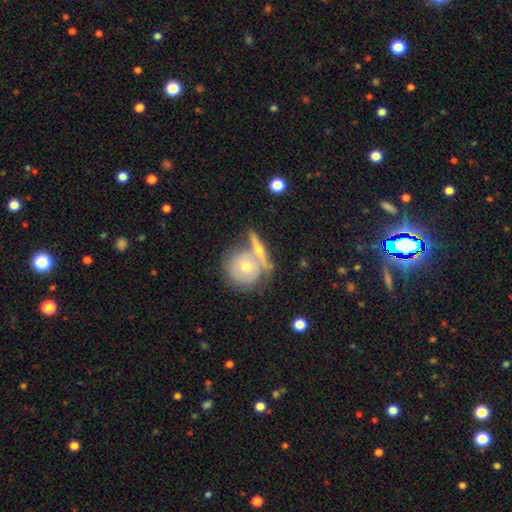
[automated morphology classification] A featured or disk galaxy (55%). Merging: none (58%).